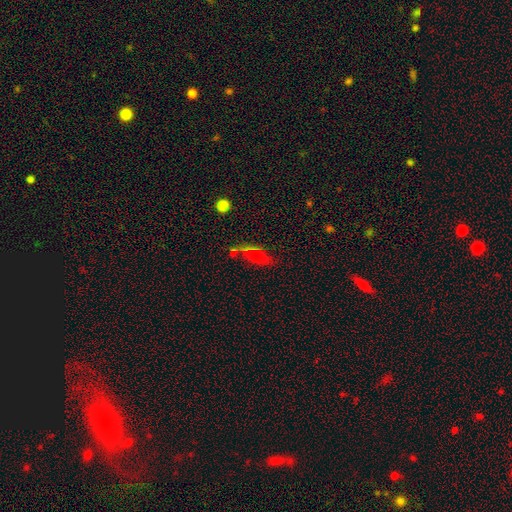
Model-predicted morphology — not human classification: smooth 46%, featured or disk 37%, star or artifact 17%. Down the decision tree: merging — none (48%).